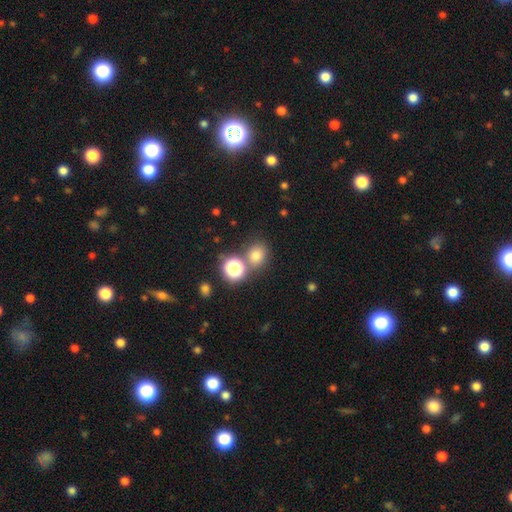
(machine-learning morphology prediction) Q: Smooth or featured?
A: smooth (73%); runner-up: star or artifact (20%)
Q: How rounded?
A: round (75%); runner-up: in between (24%)
Q: Merging?
A: none (70%); runner-up: merger (17%)